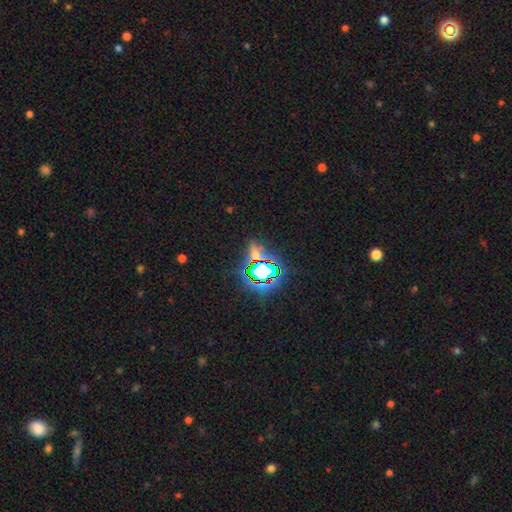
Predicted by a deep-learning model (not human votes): Smooth or featured?
  - star or artifact: 68% *
  - smooth: 20%
  - featured or disk: 12%